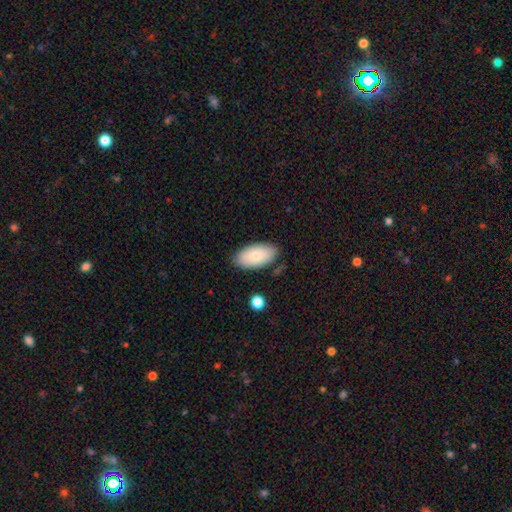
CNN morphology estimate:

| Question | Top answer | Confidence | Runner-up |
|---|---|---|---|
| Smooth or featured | smooth | 82% | featured or disk (12%) |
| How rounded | in between | 95% | cigar-shaped (3%) |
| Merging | none | 83% | minor disturbance (12%) |